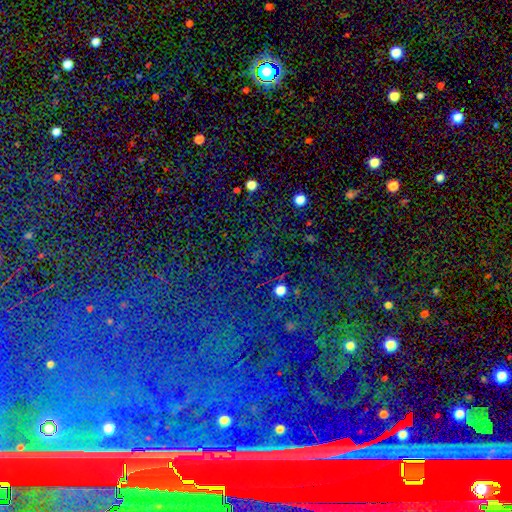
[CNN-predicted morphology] A star or artifact, not a galaxy (75%).